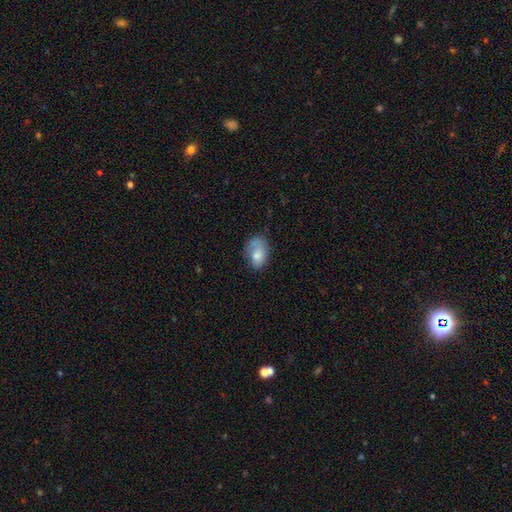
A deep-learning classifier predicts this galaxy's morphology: This appears to be a smooth galaxy with no disk features (67%) that is in between round and cigar-shaped (84%). Merging: none (50%).